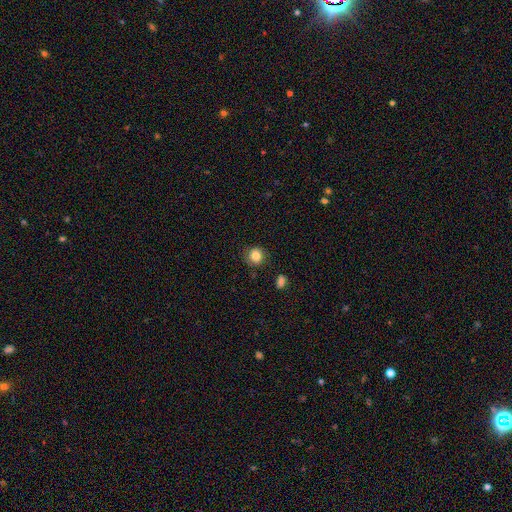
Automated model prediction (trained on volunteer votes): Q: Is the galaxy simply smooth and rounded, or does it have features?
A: smooth — 85%.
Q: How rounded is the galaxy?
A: round — 86%.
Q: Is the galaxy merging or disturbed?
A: none — 82%.